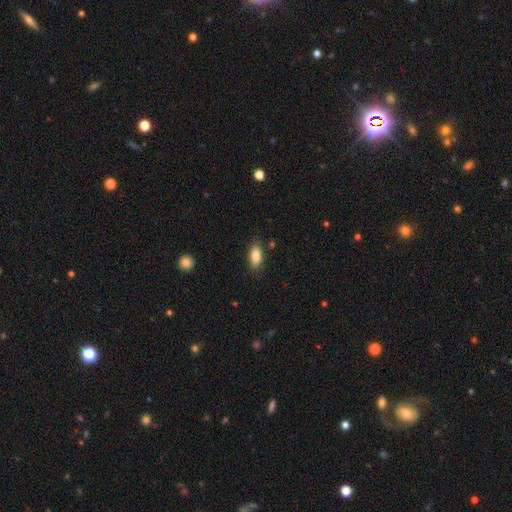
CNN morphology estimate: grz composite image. It shows a smooth galaxy with no disk features (85%) that is in between round and cigar-shaped (84%). Merging: none (83%).